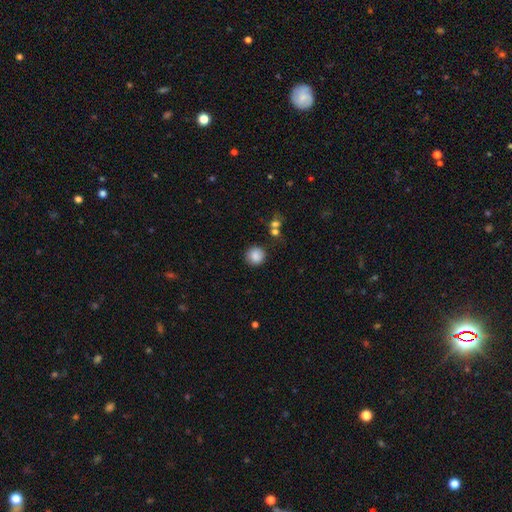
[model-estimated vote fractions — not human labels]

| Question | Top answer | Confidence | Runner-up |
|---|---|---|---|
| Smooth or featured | smooth | 86% | star or artifact (9%) |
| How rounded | round | 92% | in between (7%) |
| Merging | none | 86% | minor disturbance (8%) |